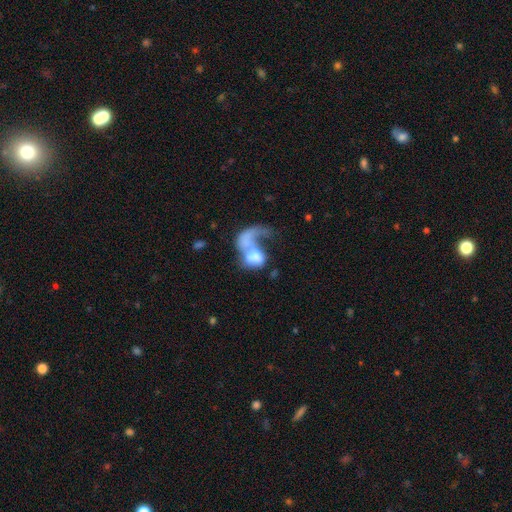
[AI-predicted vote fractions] Smooth or featured? Predicted: smooth (p=0.48). Merging? Predicted: merger (p=0.45).